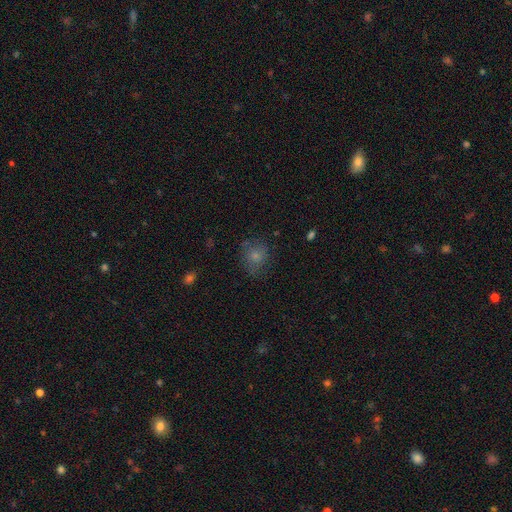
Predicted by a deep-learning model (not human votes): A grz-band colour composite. It shows a smooth galaxy with no disk features (76%) that is round (79%). Merging: none (70%).